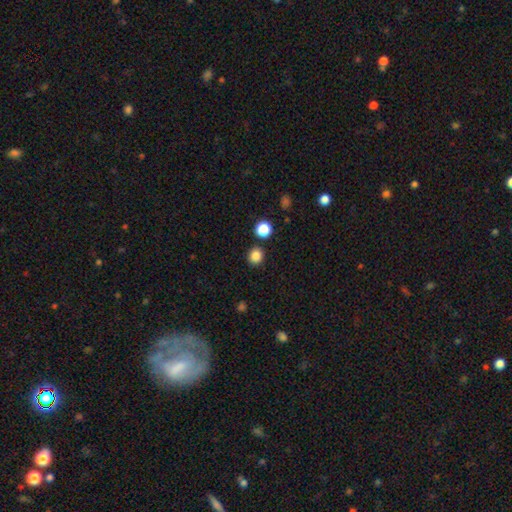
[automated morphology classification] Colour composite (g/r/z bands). It shows a smooth galaxy with no disk features (85%) that is round (85%). Merging: none (88%).